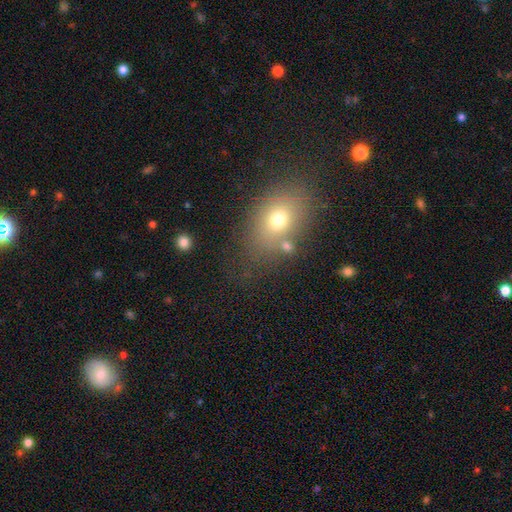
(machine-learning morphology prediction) smooth 67%, star or artifact 18%, featured or disk 15%. Down the decision tree: how rounded — in between (72%); merging — none (73%).